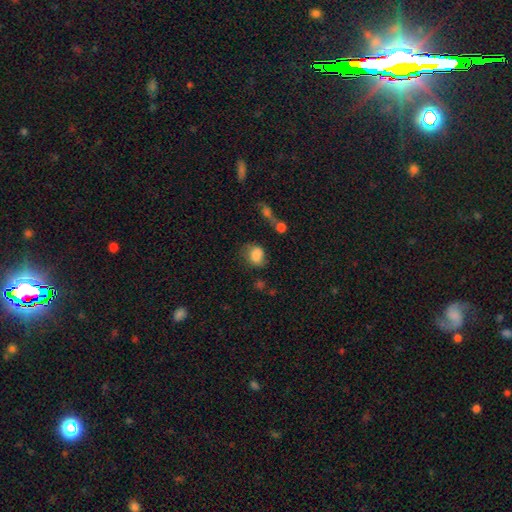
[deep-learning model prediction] Morphology: type=smooth (80%); roundness=round (54%); merging=none (55%).